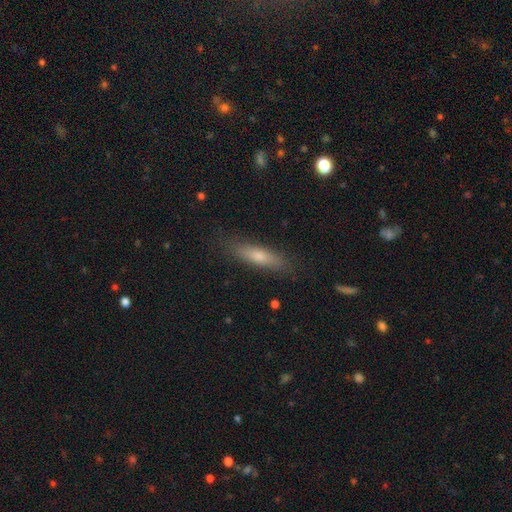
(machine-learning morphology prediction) Smooth or featured? smooth (62%)
How rounded? cigar-shaped (74%)
Merging? none (85%)